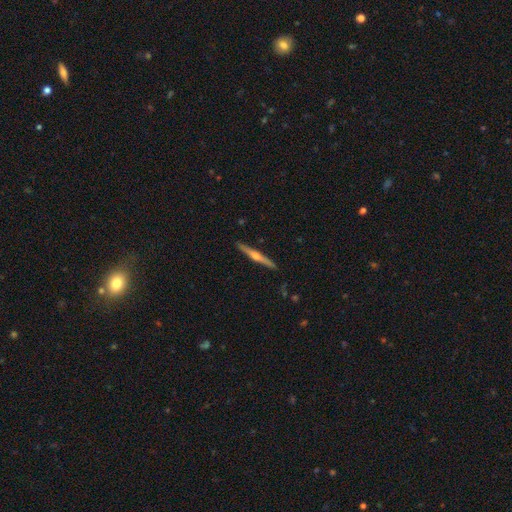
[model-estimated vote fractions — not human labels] This is likely a featured or disk galaxy (74%). It is clearly viewed edge-on (98%). Edge-on bulge: clearly rounded (90%). Merging: clearly none (91%).